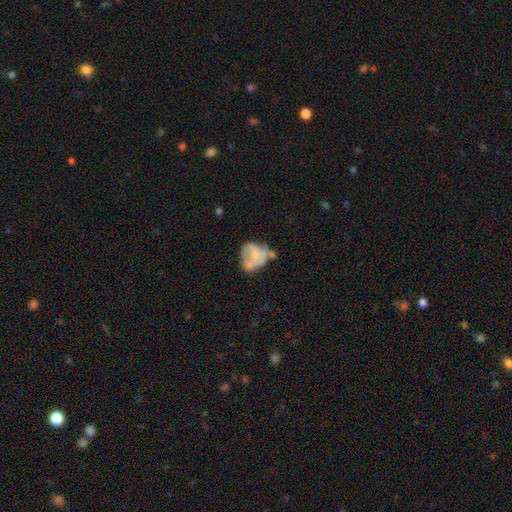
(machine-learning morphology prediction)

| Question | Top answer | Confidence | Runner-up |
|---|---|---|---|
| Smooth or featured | smooth | 46% | featured or disk (45%) |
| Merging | none | 33% | minor disturbance (28%) |